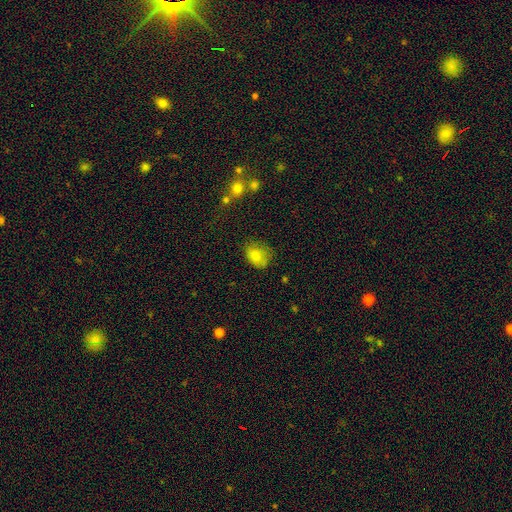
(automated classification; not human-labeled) This is likely a smooth galaxy (78%). How rounded: possibly in between (52%). Merging: likely none (62%).